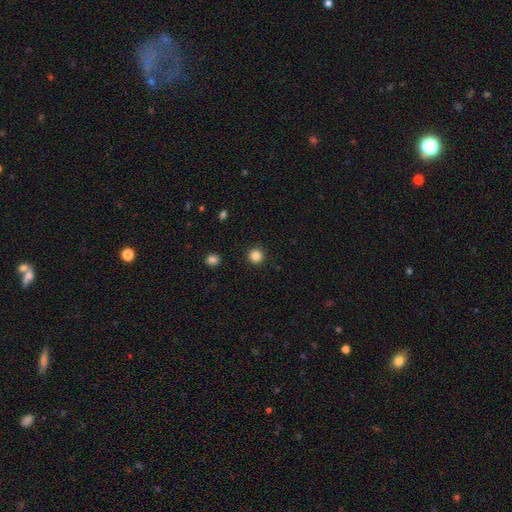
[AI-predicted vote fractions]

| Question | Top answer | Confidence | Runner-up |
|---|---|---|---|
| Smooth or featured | smooth | 85% | star or artifact (12%) |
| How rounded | round | 95% | in between (4%) |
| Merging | none | 93% | minor disturbance (4%) |